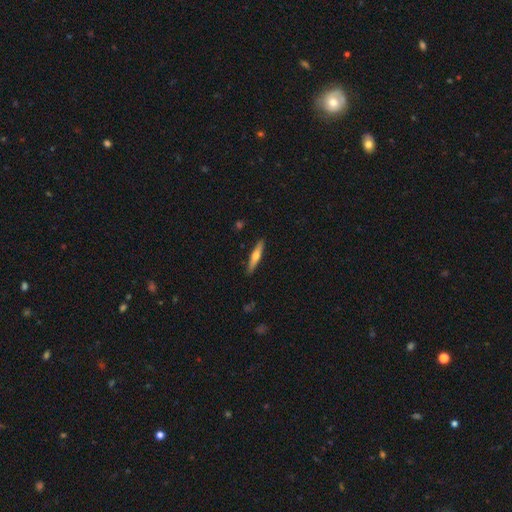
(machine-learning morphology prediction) Overall: smooth (49%; featured or disk 46%). Merging: none (90%).